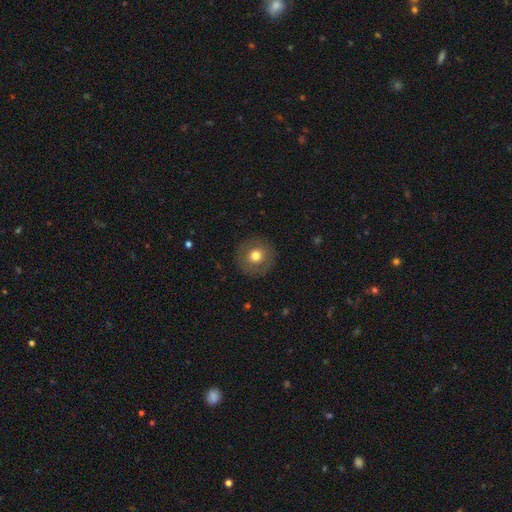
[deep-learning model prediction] smooth 70%, featured or disk 21%, star or artifact 9%. Down the decision tree: how rounded — round (95%); merging — none (90%).